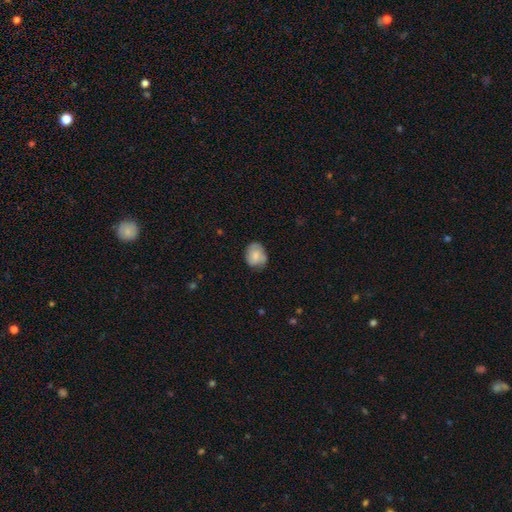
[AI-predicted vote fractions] smooth 72%, featured or disk 21%, star or artifact 7%. Down the decision tree: how rounded — round (54%); merging — none (65%).